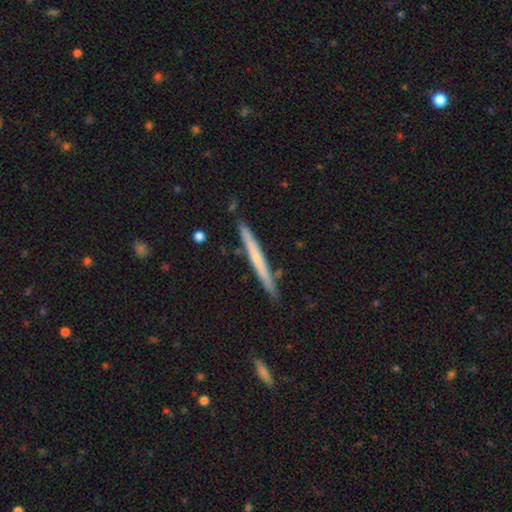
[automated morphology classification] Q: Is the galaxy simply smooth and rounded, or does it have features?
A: smooth — 49%.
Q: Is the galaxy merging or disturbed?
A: none — 87%.